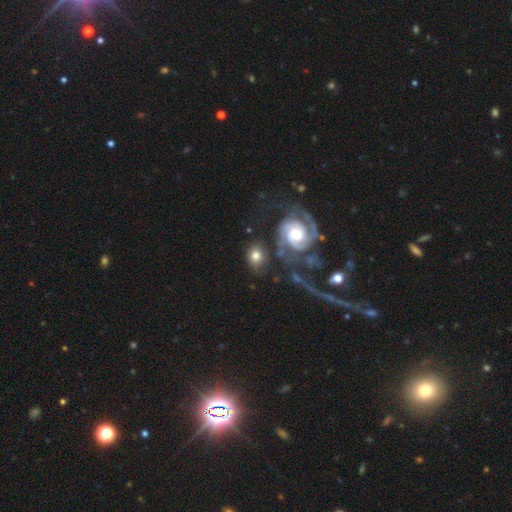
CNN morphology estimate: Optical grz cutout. It shows a smooth galaxy with no disk features (58%) that is round (52%). Merging: none (63%).